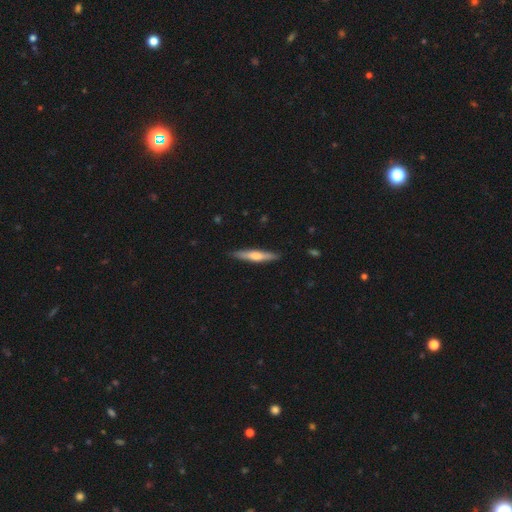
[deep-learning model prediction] Smooth or featured?
  - featured or disk: 48% *
  - smooth: 47%
  - star or artifact: 5%
Merging?
  - none: 90% *
  - minor disturbance: 8%
  - major disturbance: 1%
  - merger: 1%